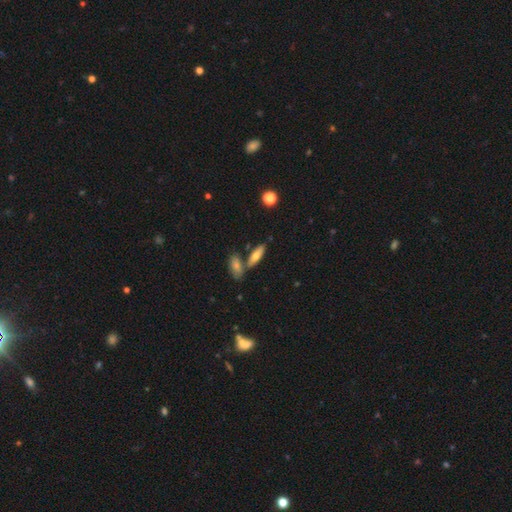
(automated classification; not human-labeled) This is likely a smooth galaxy (64%). How rounded: possibly in between (50%). Merging: likely none (61%).